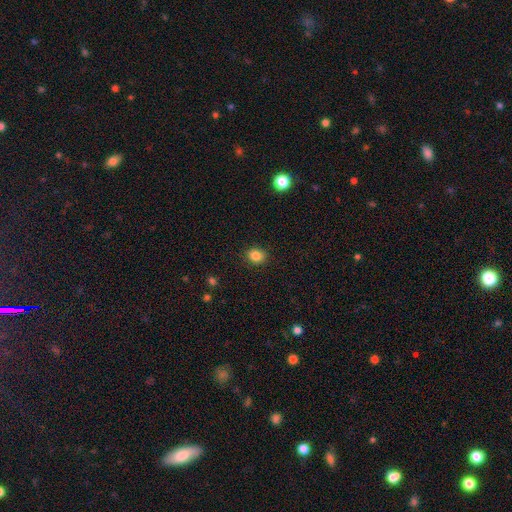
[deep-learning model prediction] Smooth or featured? smooth (84%)
How rounded? round (65%)
Merging? none (89%)